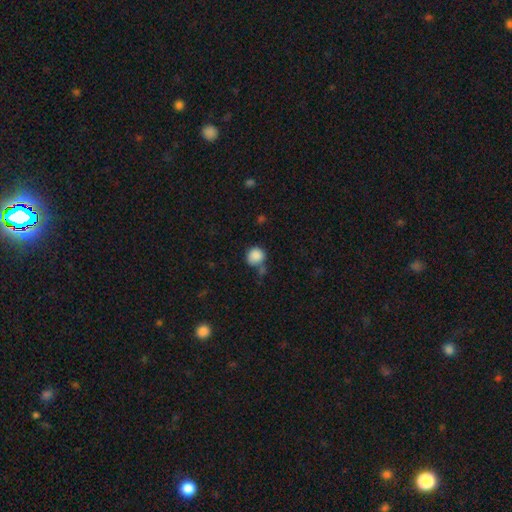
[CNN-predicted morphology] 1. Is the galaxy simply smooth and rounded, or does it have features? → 87% smooth, 9% star or artifact, 4% featured or disk.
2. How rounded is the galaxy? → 88% round, 11% in between, 1% cigar-shaped.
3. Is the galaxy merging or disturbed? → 59% none, 18% minor disturbance, 15% merger, 7% major disturbance.